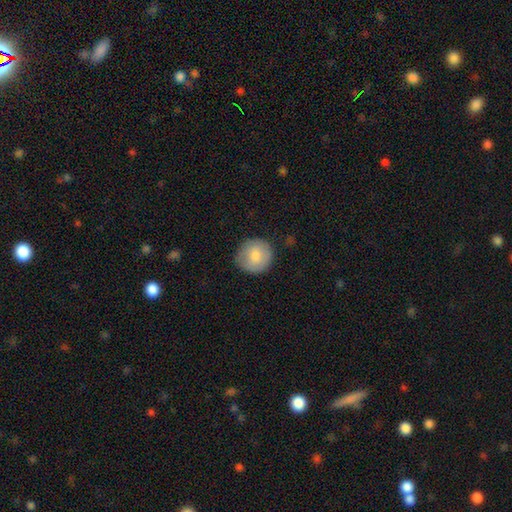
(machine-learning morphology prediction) Smooth or featured? smooth (80%)
How rounded? round (94%)
Merging? none (85%)